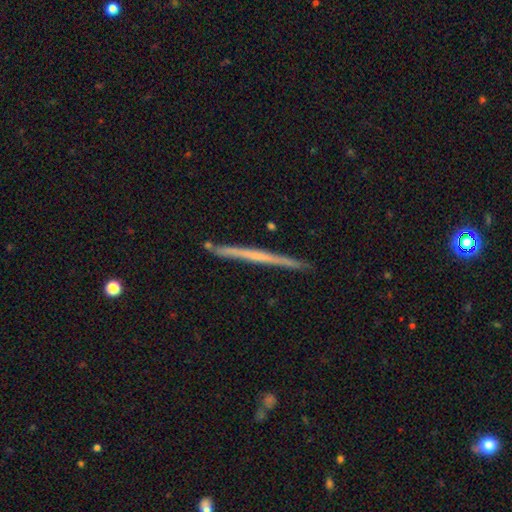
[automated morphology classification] type=featured or disk (59%); edge-on=yes (98%); edge-on bulge=none (87%); merging=none (91%).